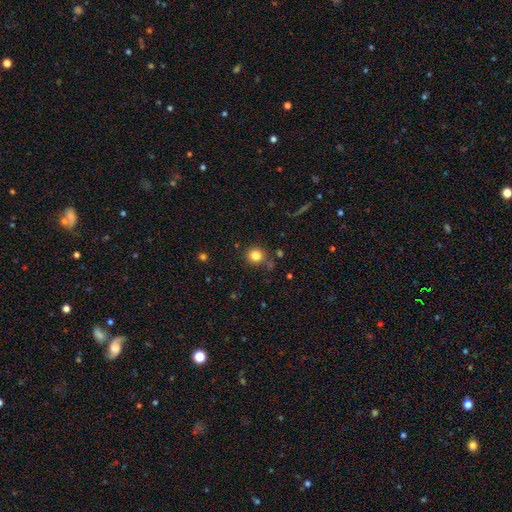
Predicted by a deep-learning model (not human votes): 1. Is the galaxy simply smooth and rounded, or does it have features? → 82% smooth, 12% star or artifact, 6% featured or disk.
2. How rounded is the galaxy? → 91% round, 8% in between, 1% cigar-shaped.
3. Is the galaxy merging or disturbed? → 84% none, 9% minor disturbance, 5% merger, 3% major disturbance.